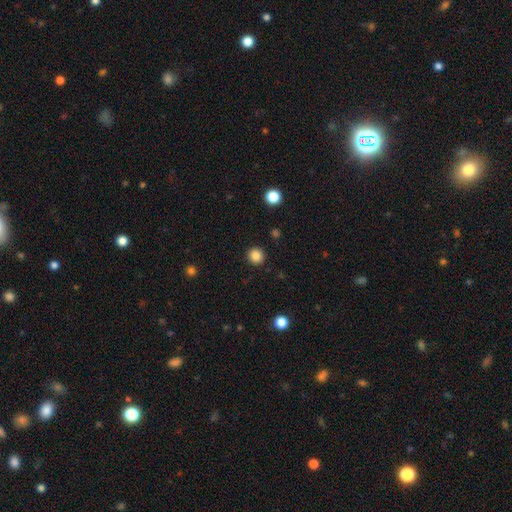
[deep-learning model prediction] smooth 85%, star or artifact 11%, featured or disk 4%. Down the decision tree: how rounded — round (93%); merging — none (92%).